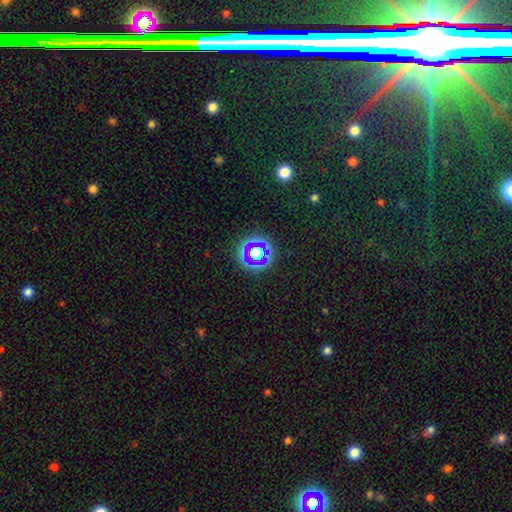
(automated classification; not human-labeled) star or artifact 53%, smooth 34%, featured or disk 14%.